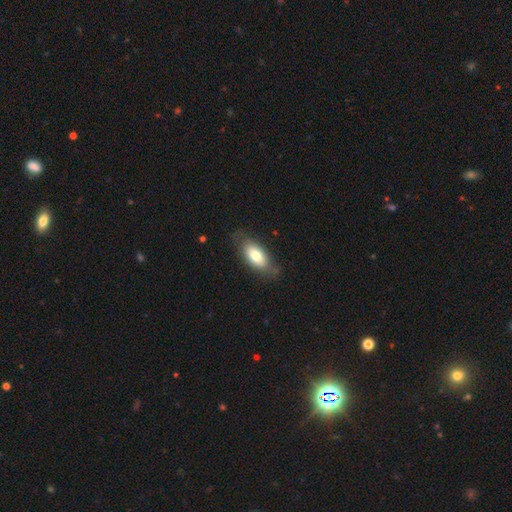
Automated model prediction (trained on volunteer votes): smooth_or_featured: smooth (p=0.72) [alt: featured or disk p=0.21]
how_rounded: in between (p=0.88) [alt: cigar-shaped p=0.09]
merging: none (p=0.75) [alt: minor disturbance p=0.19]